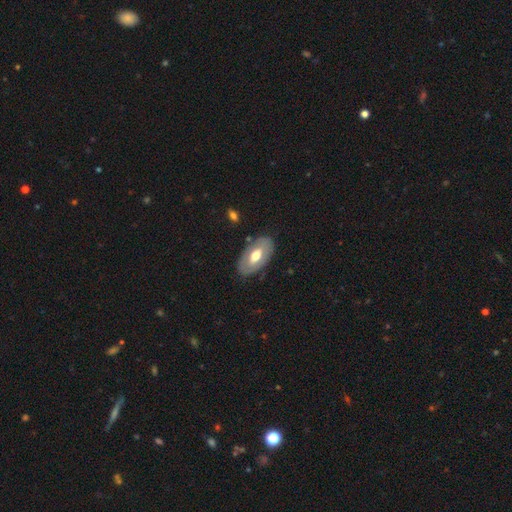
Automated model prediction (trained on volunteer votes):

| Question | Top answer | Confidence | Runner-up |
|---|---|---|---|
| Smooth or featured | smooth | 48% | featured or disk (47%) |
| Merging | none | 82% | minor disturbance (12%) |